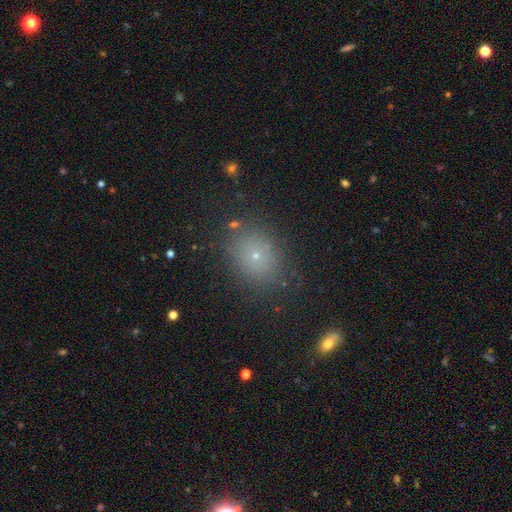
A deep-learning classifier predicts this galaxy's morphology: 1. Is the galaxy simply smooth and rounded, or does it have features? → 66% smooth, 24% star or artifact, 11% featured or disk.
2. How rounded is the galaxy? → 57% round, 42% in between, 1% cigar-shaped.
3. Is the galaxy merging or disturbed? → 84% none, 9% minor disturbance, 4% major disturbance, 2% merger.